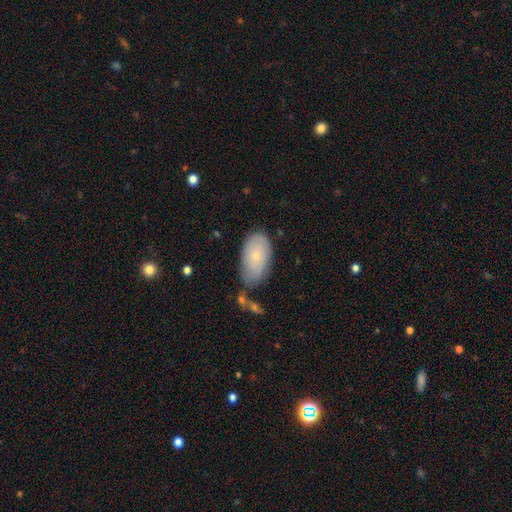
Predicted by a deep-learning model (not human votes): Overall: smooth (69%). How rounded: in between (94%). Merging: none (65%).